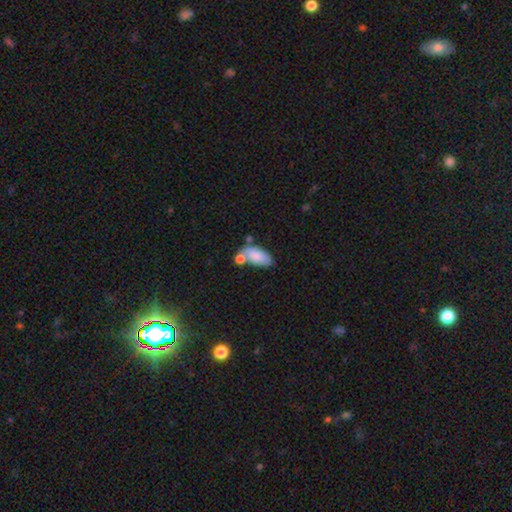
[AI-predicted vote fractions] The model was most divided on "merging": none: 45%, merger: 30%, minor disturbance: 18%, major disturbance: 7%. More confident: how rounded — in between (91%); smooth or featured — smooth (81%).